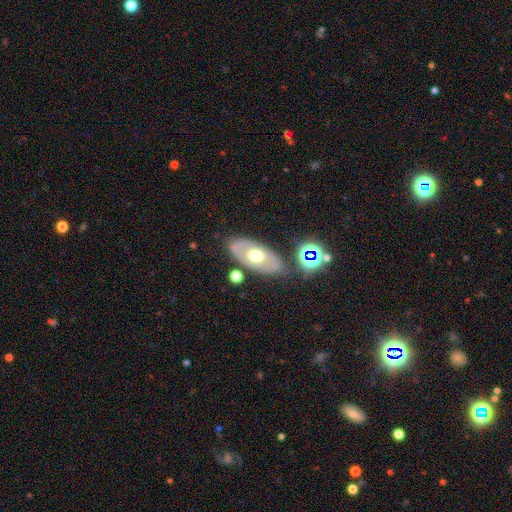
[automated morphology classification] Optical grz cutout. It shows a featured or disk galaxy (54%). Merging: none (77%).